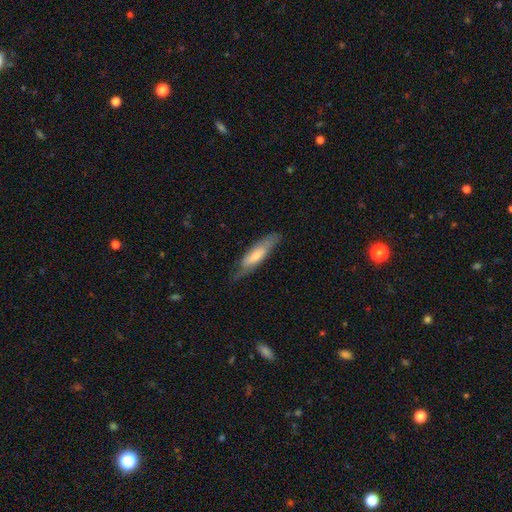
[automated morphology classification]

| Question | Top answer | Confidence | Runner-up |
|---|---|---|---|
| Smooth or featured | smooth | 62% | featured or disk (33%) |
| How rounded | cigar-shaped | 62% | in between (36%) |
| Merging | none | 65% | minor disturbance (26%) |